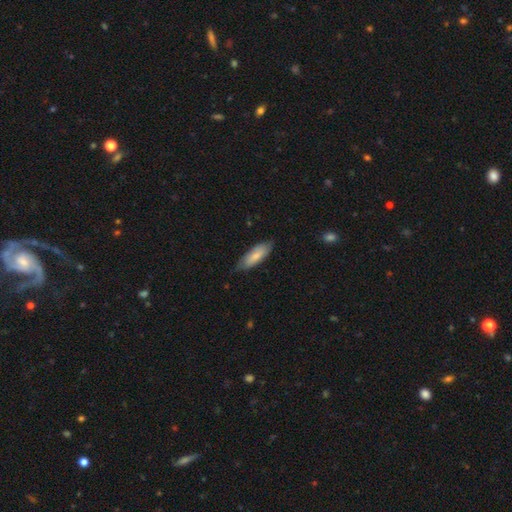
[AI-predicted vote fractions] A smooth galaxy with no disk features (76%) that is in between round and cigar-shaped (67%).

Vote fractions:
- Smooth or featured? smooth: 76% / featured or disk: 19% / star or artifact: 5%
- How rounded? in between: 67% / cigar-shaped: 32% / round: 2%
- Merging? none: 71% / minor disturbance: 24% / major disturbance: 4% / merger: 1%